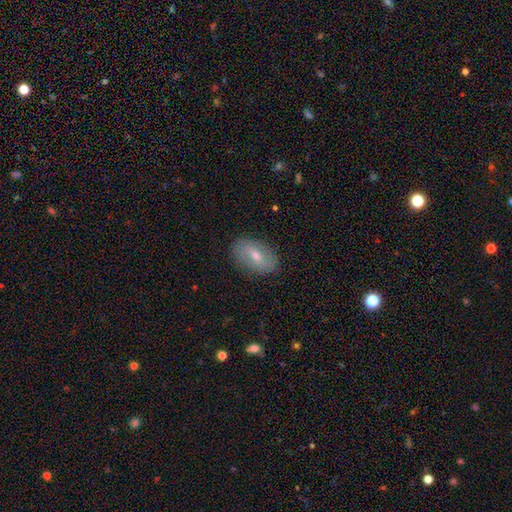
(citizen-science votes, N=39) smooth-or-featured: smooth: 54% | featured or disk: 38% | star or artifact: 8%
  how-rounded: in between: 86% | round: 10% | cigar-shaped: 5%
  merging: none: 75% | minor disturbance: 17% | major disturbance: 8% | merger: 0%